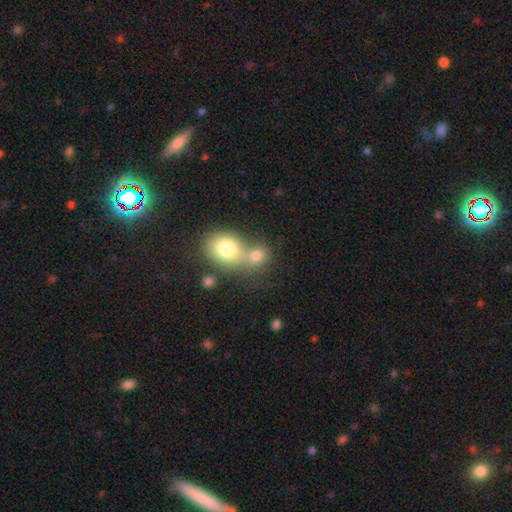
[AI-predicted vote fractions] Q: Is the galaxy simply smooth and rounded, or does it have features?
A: smooth — 78%.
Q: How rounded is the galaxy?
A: round — 59%.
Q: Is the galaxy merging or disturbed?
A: merger — 56%.